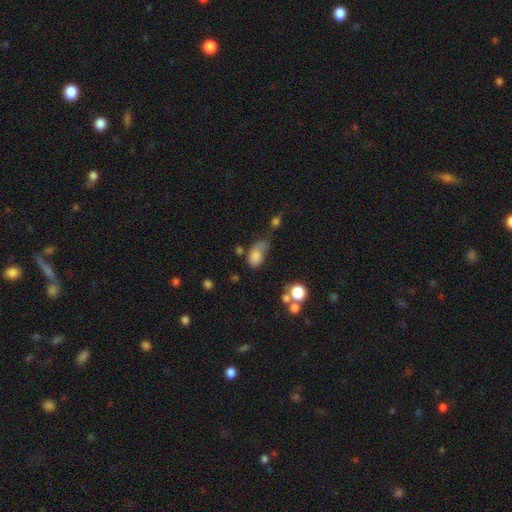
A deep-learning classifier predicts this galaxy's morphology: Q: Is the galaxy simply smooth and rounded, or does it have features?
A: smooth — 78%.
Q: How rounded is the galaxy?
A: in between — 85%.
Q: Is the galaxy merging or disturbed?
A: minor disturbance — 34%.